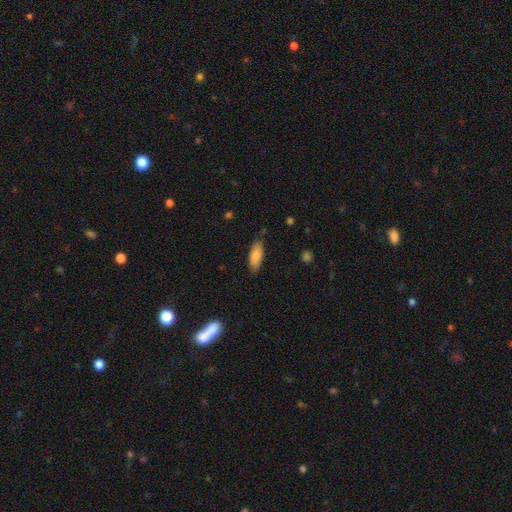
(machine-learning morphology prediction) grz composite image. It shows a smooth galaxy with no disk features (82%) that is in between round and cigar-shaped (66%). Merging: none (84%).